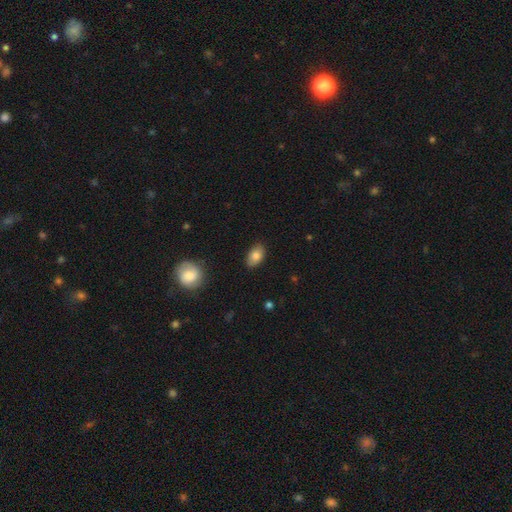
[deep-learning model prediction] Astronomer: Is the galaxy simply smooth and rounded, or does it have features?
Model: smooth — 82%.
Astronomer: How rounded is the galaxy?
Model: in between — 90%.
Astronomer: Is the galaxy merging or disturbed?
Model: none — 85%.